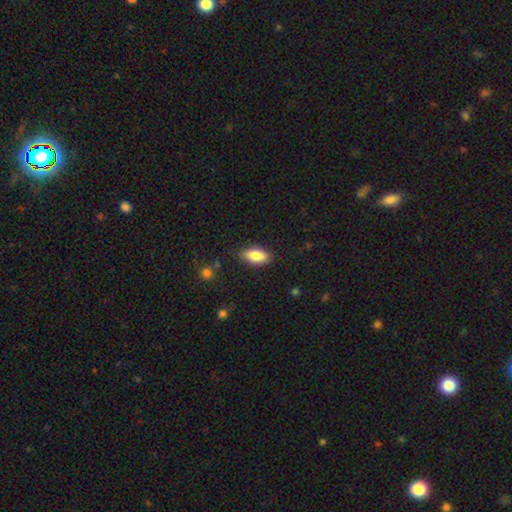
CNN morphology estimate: smooth-or-featured: smooth: 86% | featured or disk: 8% | star or artifact: 7%
  how-rounded: in between: 88% | cigar-shaped: 9% | round: 3%
  merging: none: 85% | minor disturbance: 11% | major disturbance: 3% | merger: 1%